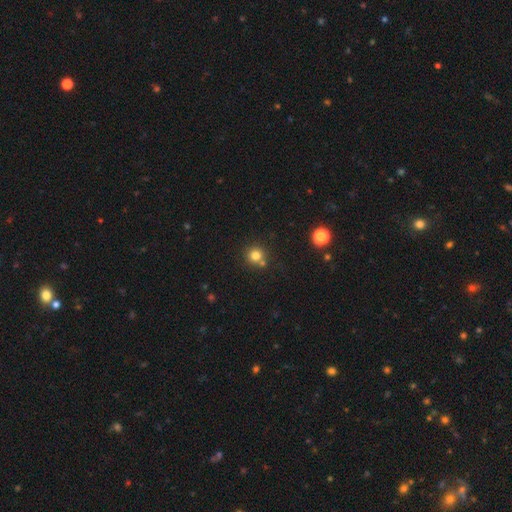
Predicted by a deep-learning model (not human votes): Smooth or featured?
  - smooth: 79% *
  - star or artifact: 14%
  - featured or disk: 7%
How rounded?
  - round: 93% *
  - in between: 6%
  - cigar-shaped: 1%
Merging?
  - none: 73% *
  - merger: 16%
  - minor disturbance: 8%
  - major disturbance: 3%